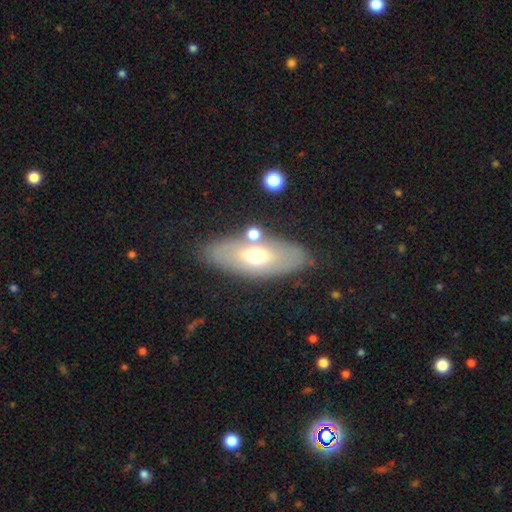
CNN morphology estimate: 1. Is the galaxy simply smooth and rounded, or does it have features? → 52% smooth, 40% featured or disk, 8% star or artifact.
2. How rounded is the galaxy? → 83% in between, 13% cigar-shaped, 4% round.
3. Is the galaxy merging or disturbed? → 73% none, 13% minor disturbance, 9% merger, 5% major disturbance.